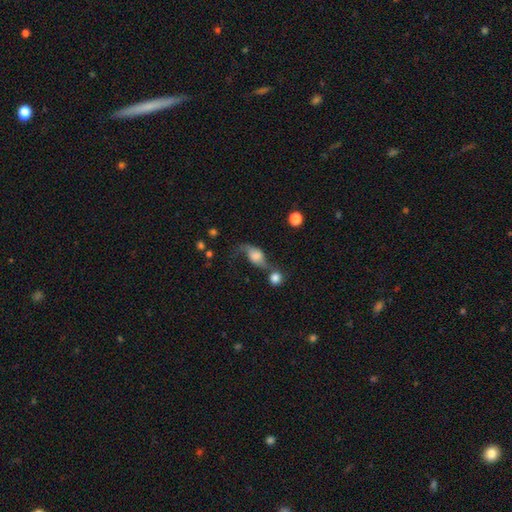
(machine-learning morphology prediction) type=featured or disk (54%); edge-on=no (91%); merging=merger (32%).